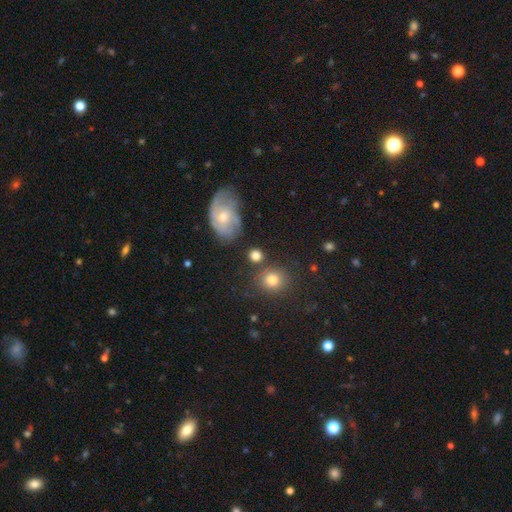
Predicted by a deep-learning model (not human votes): smooth_or_featured: smooth (p=0.77) [alt: featured or disk p=0.12]
how_rounded: round (p=0.74) [alt: in between p=0.24]
merging: none (p=0.74) [alt: minor disturbance p=0.12]